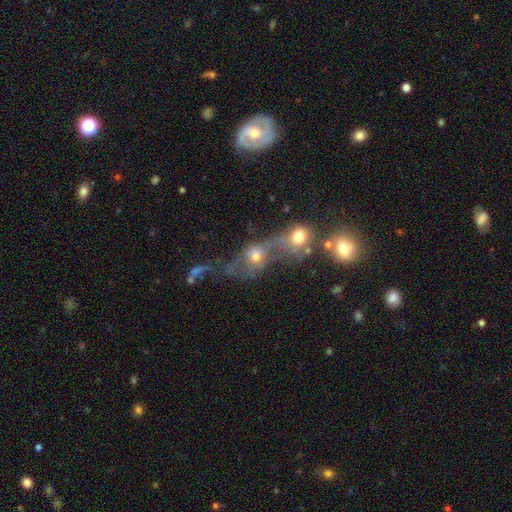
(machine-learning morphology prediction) Smooth or featured? smooth (49%)
Merging? merger (71%)